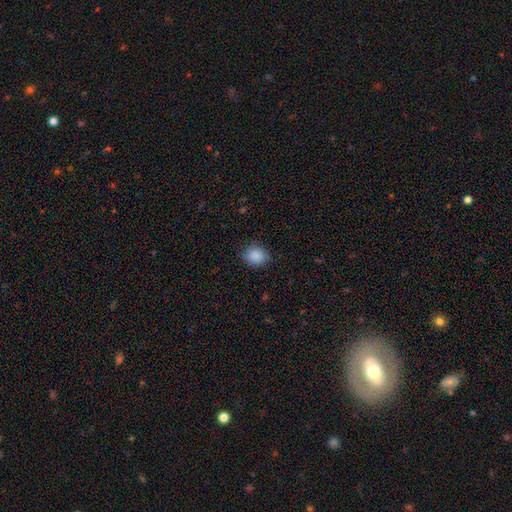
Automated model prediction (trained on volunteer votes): smooth_or_featured: smooth (p=0.88) [alt: star or artifact p=0.09]
how_rounded: round (p=0.72) [alt: in between p=0.27]
merging: none (p=0.86) [alt: minor disturbance p=0.10]